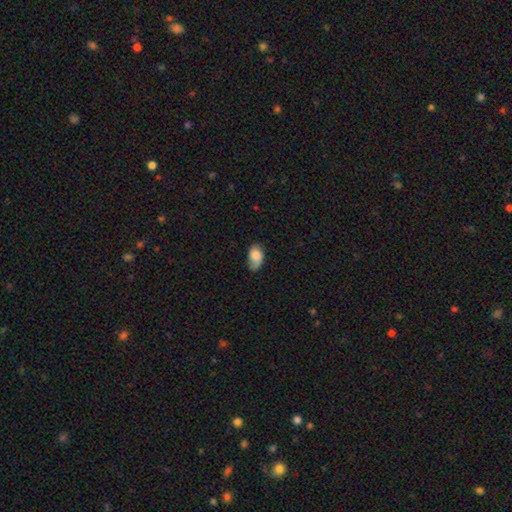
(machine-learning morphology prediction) type=smooth (77%); roundness=in between (90%); merging=none (54%).